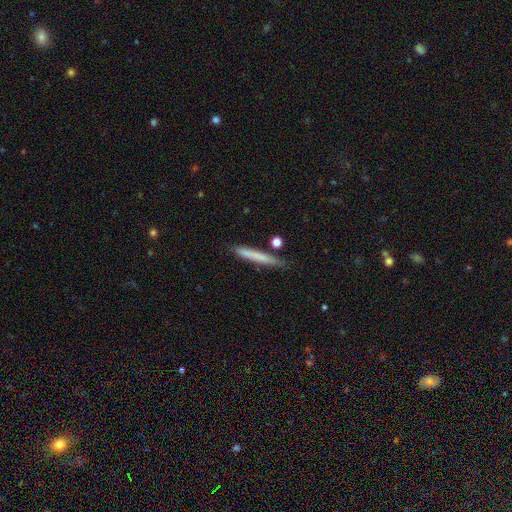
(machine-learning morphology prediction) A smooth galaxy with no disk features (70%) that is cigar-shaped (96%). Merging: none (79%).